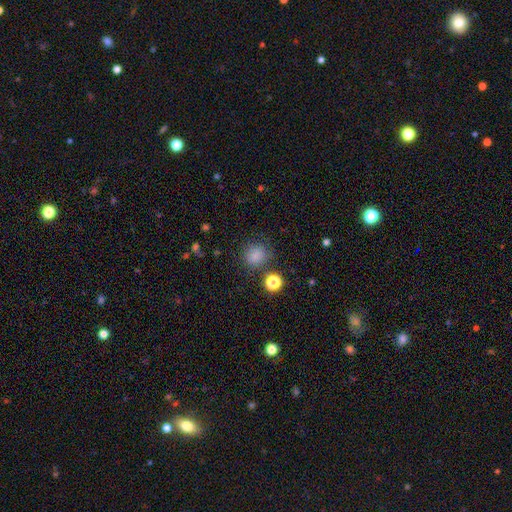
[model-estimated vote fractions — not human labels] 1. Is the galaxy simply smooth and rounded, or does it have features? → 81% smooth, 14% star or artifact, 5% featured or disk.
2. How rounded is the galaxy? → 75% round, 24% in between, 1% cigar-shaped.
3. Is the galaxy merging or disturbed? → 76% none, 13% minor disturbance, 5% merger, 5% major disturbance.